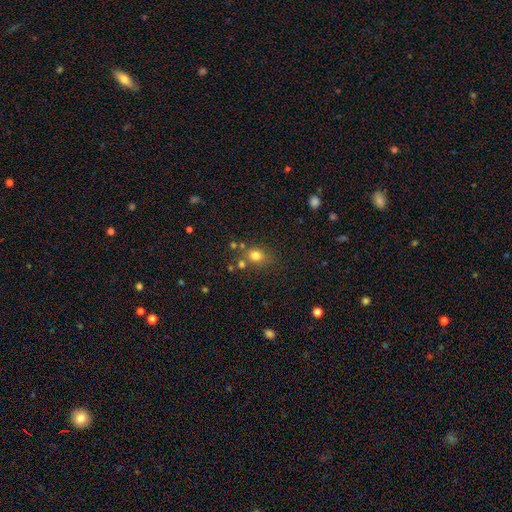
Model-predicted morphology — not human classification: Smooth or featured? smooth (77%)
How rounded? round (60%)
Merging? none (69%)